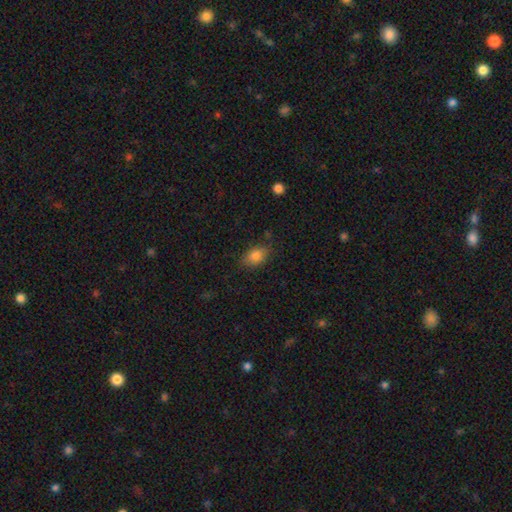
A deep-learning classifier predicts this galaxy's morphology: A smooth galaxy with no disk features (83%) that is in between round and cigar-shaped (82%). Merging: none (76%).